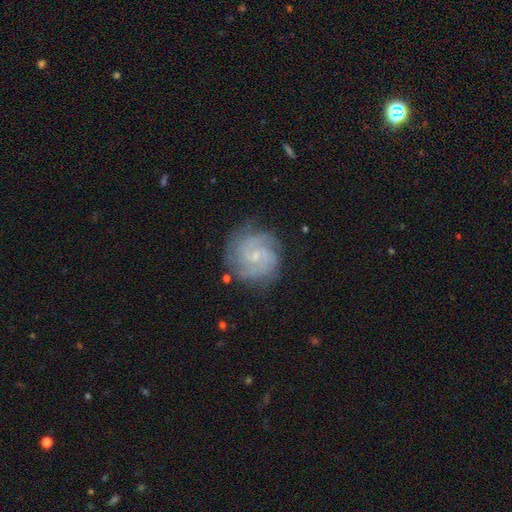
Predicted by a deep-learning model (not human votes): Q: Smooth or featured?
A: featured or disk (80%); runner-up: smooth (13%)
Q: Edge-on disk?
A: no (98%); runner-up: yes (2%)
Q: Bar?
A: no (59%); runner-up: weak (36%)
Q: Spiral arms?
A: yes (96%); runner-up: no (4%)
Q: Spiral winding?
A: tight (62%); runner-up: medium (31%)
Q: Spiral arm count?
A: 3 (27%); runner-up: can't tell (25%)
Q: Bulge size?
A: small (78%); runner-up: moderate (13%)
Q: Merging?
A: none (79%); runner-up: minor disturbance (14%)